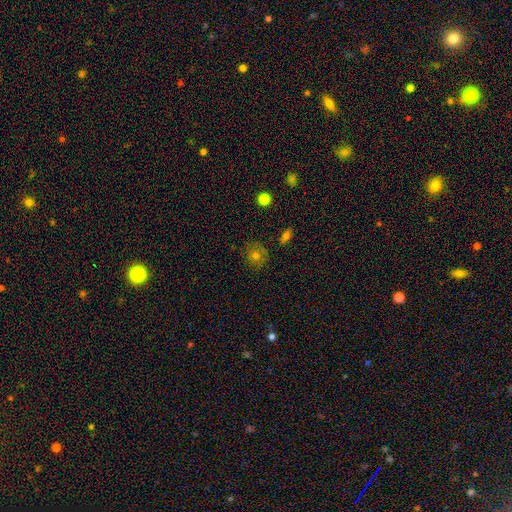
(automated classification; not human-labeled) Smooth or featured?
  - smooth: 69% *
  - featured or disk: 17%
  - star or artifact: 15%
How rounded?
  - round: 86% *
  - in between: 13%
  - cigar-shaped: 1%
Merging?
  - none: 79% *
  - minor disturbance: 15%
  - major disturbance: 4%
  - merger: 2%